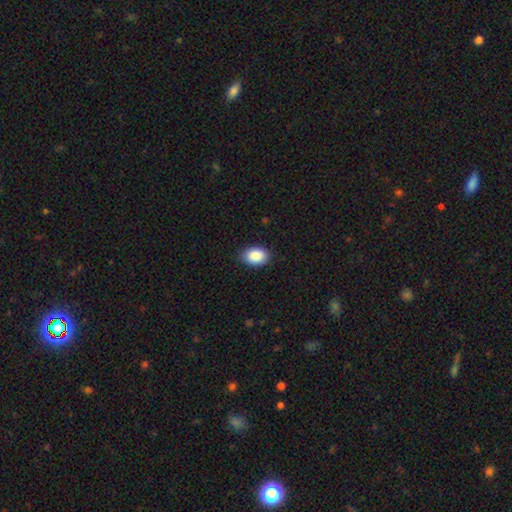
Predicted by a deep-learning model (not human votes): Overall: smooth (89%). How rounded: in between (82%). Merging: none (86%).